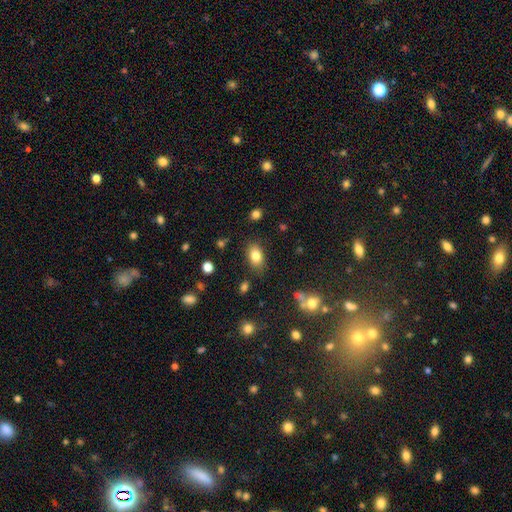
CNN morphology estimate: The model was most divided on "merging": none: 81%, minor disturbance: 13%, major disturbance: 4%, merger: 3%. More confident: how rounded — in between (86%); smooth or featured — smooth (82%).